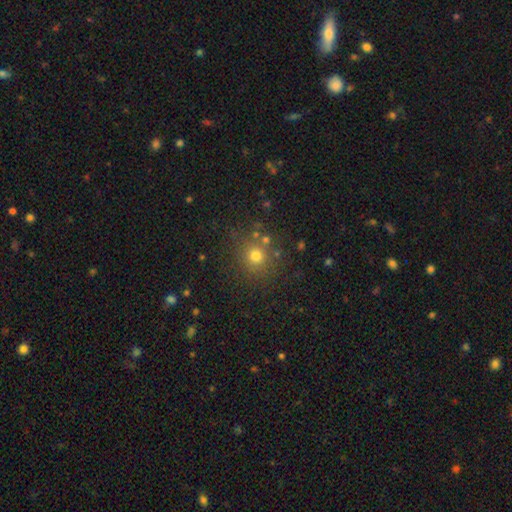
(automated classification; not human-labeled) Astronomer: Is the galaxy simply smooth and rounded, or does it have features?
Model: smooth — 72%.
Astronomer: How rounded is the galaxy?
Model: round — 90%.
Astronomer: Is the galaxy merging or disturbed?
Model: none — 80%.